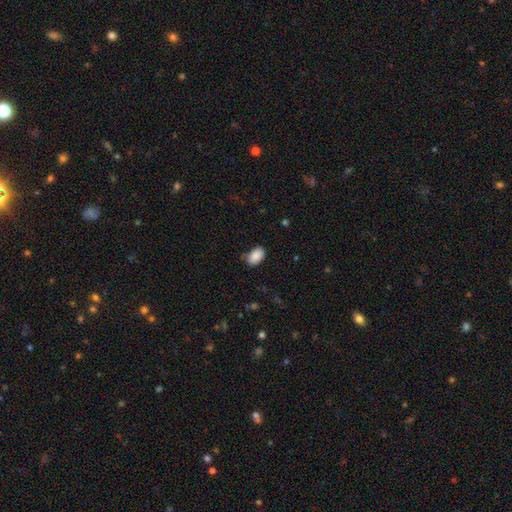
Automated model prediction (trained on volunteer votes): Q: Smooth or featured?
A: smooth (89%); runner-up: star or artifact (7%)
Q: How rounded?
A: in between (90%); runner-up: round (9%)
Q: Merging?
A: none (72%); runner-up: minor disturbance (22%)